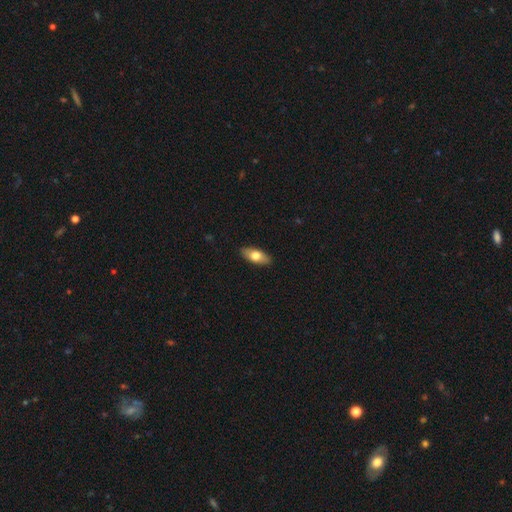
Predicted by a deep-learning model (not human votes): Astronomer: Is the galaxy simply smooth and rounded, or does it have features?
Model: smooth — 73%.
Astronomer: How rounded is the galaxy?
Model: in between — 86%.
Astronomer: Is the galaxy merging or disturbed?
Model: none — 89%.